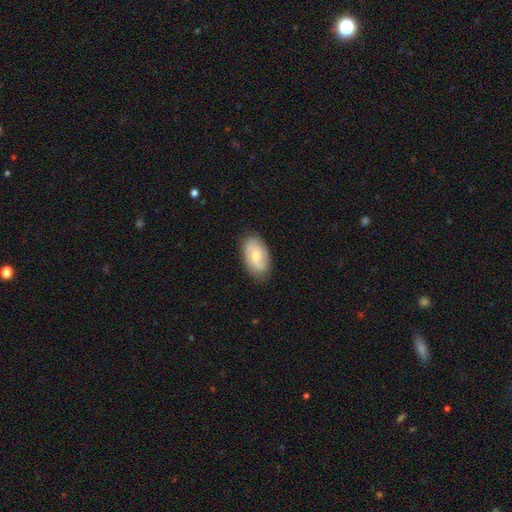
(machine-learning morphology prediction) type=featured or disk (51%); edge-on=no (95%); merging=none (81%).